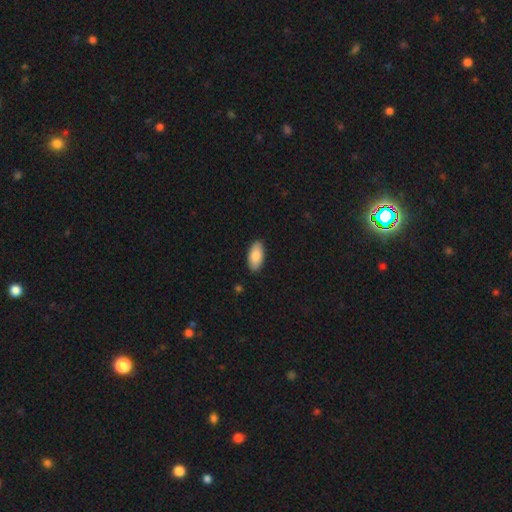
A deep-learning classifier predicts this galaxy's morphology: Smooth or featured? smooth (87%)
How rounded? in between (92%)
Merging? none (88%)